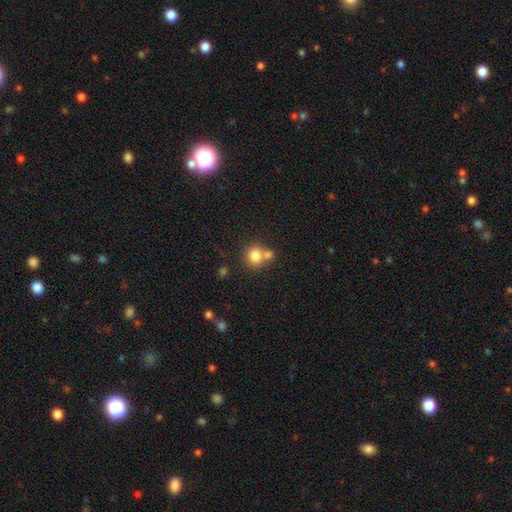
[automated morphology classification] type=smooth (80%); roundness=round (82%); merging=none (50%).